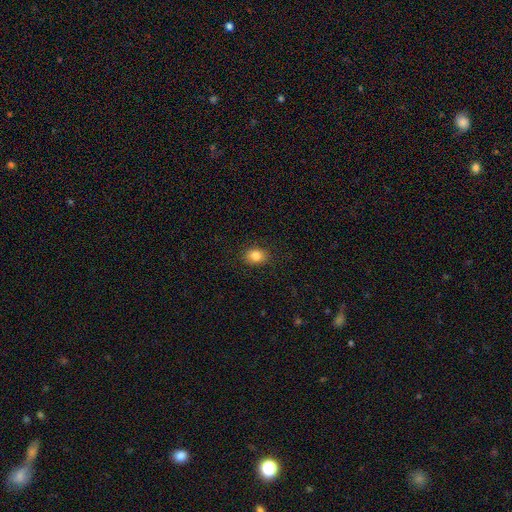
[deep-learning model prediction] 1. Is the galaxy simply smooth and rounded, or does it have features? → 85% smooth, 10% star or artifact, 6% featured or disk.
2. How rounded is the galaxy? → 62% in between, 37% round, 1% cigar-shaped.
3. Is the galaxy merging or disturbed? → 88% none, 9% minor disturbance, 2% major disturbance, 1% merger.